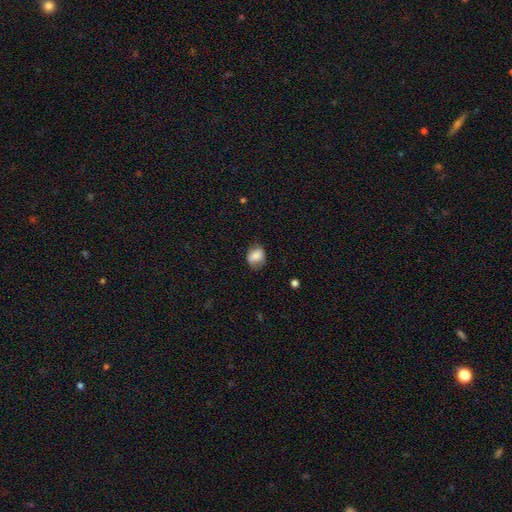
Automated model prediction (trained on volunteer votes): Smooth or featured? smooth (79%)
How rounded? round (50%)
Merging? none (66%)